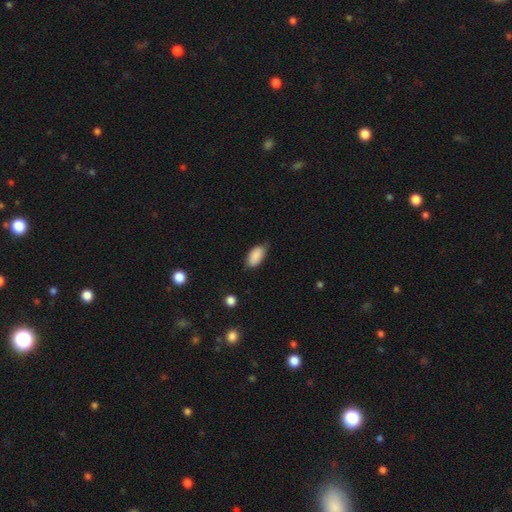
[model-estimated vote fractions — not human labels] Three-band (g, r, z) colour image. It shows a smooth galaxy with no disk features (89%) that is in between round and cigar-shaped (94%). Merging: none (73%).